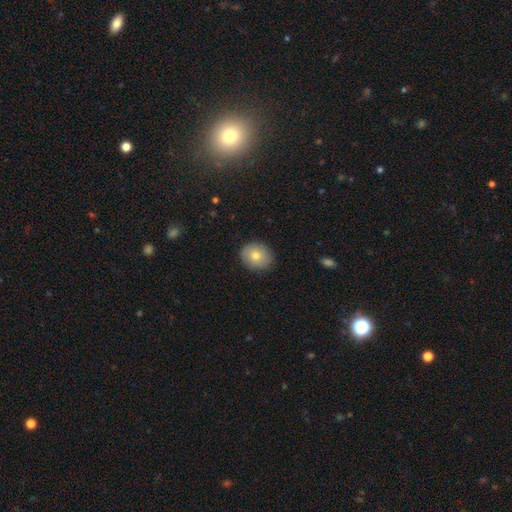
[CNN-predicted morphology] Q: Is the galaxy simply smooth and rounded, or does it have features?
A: smooth — 75%.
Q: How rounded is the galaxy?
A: round — 70%.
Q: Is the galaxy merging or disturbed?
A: none — 88%.